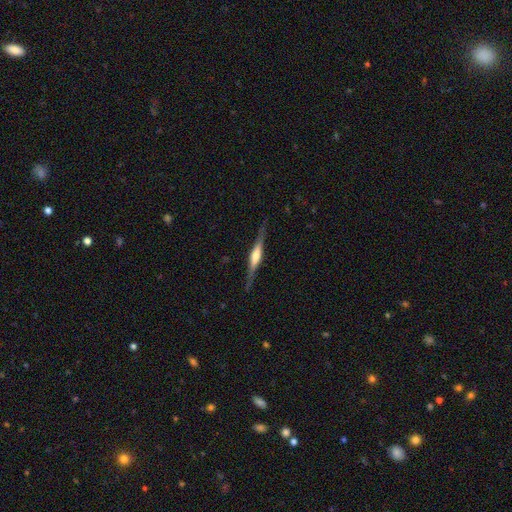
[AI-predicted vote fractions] smooth_or_featured: featured or disk (p=0.70) [alt: smooth p=0.24]
disk_edge_on: yes (p=0.97) [alt: no p=0.03]
edge_on_bulge: rounded (p=0.61) [alt: boxy p=0.28]
merging: none (p=0.84) [alt: minor disturbance p=0.12]